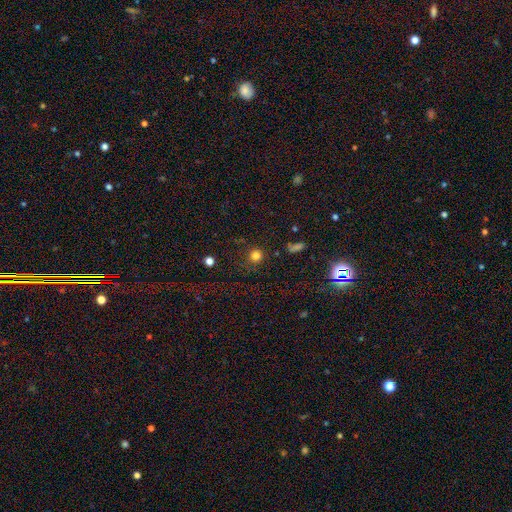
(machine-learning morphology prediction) Smooth or featured? smooth (78%)
How rounded? round (92%)
Merging? none (81%)